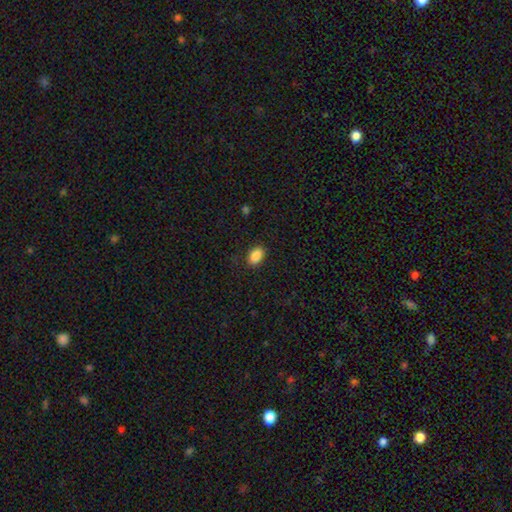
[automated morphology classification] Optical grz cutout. It shows a smooth galaxy with no disk features (89%) that is in between round and cigar-shaped (89%). Merging: none (87%).